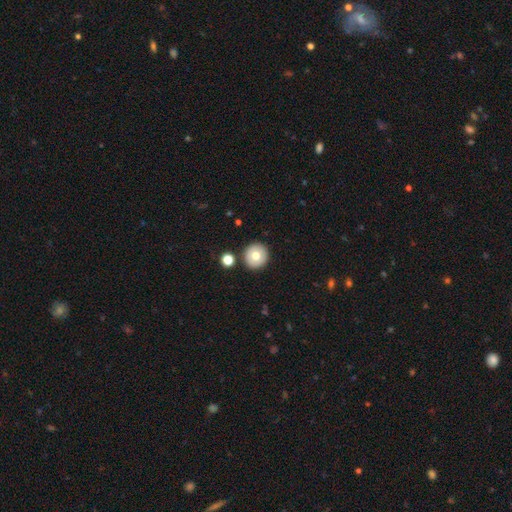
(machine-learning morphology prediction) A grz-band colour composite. It shows a smooth galaxy with no disk features (71%) that is round (94%). Merging: none (89%).